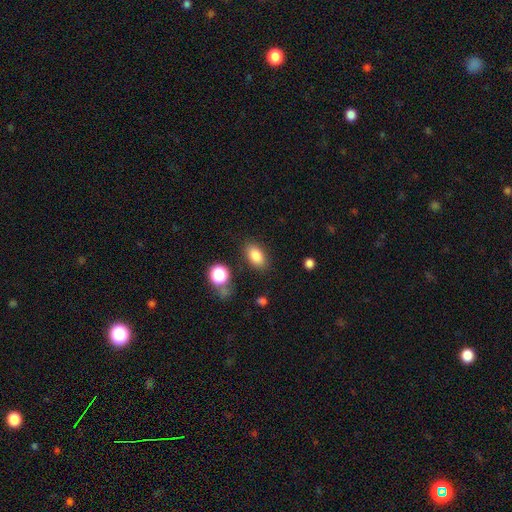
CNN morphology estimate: smooth-or-featured: smooth: 85% | star or artifact: 9% | featured or disk: 6%
  how-rounded: in between: 89% | round: 9% | cigar-shaped: 2%
  merging: none: 83% | minor disturbance: 11% | major disturbance: 4% | merger: 2%